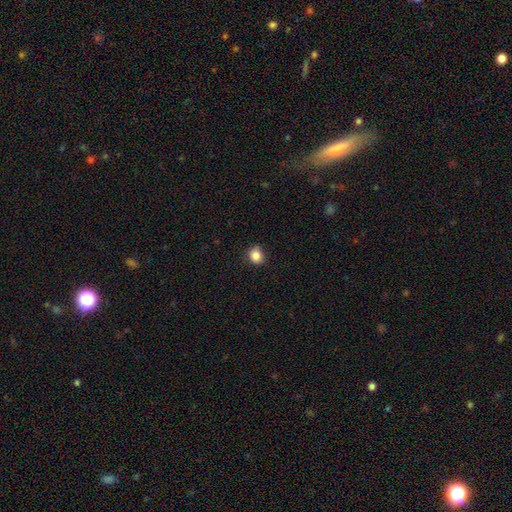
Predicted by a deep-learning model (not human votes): A smooth galaxy with no disk features (84%) that is round (78%).

Vote fractions:
- Smooth or featured? smooth: 84% / star or artifact: 11% / featured or disk: 5%
- How rounded? round: 78% / in between: 21% / cigar-shaped: 1%
- Merging? none: 84% / minor disturbance: 13% / major disturbance: 2% / merger: 1%